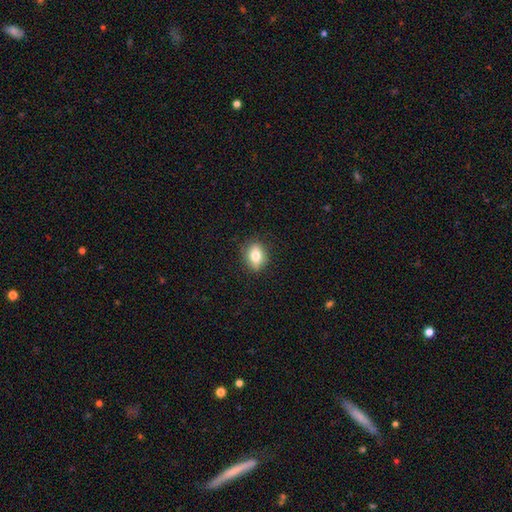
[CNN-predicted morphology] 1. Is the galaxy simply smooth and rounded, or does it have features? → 73% smooth, 18% featured or disk, 9% star or artifact.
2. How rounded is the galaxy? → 68% in between, 28% round, 3% cigar-shaped.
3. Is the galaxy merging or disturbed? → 85% none, 11% minor disturbance, 3% major disturbance, 1% merger.